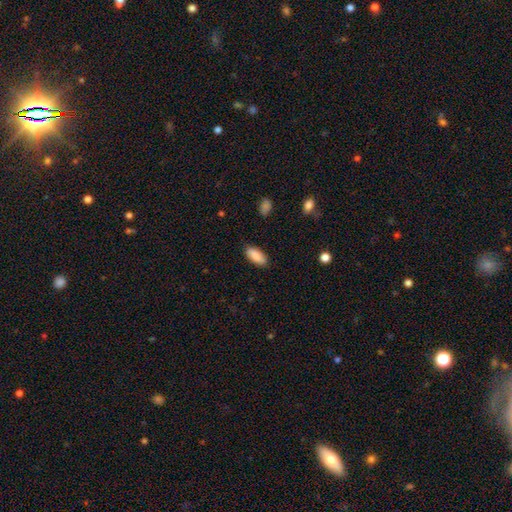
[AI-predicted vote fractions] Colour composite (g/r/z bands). It shows a smooth galaxy with no disk features (89%) that is in between round and cigar-shaped (88%). Merging: none (86%).